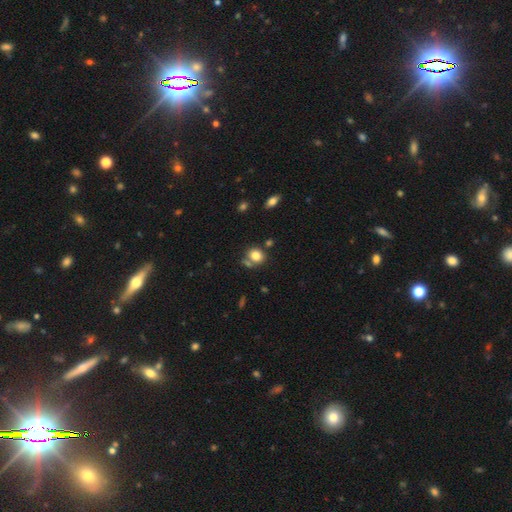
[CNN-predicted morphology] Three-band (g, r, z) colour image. It shows a smooth galaxy with no disk features (80%) that is round (66%). Merging: none (64%).